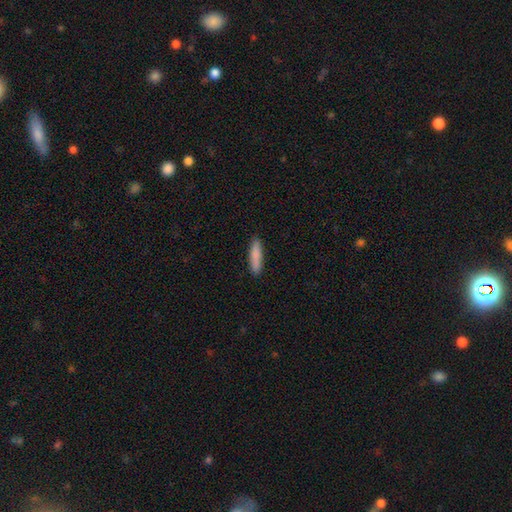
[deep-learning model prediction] Smooth or featured? Predicted: smooth (p=0.85). How rounded? Predicted: cigar-shaped (p=0.83). Merging? Predicted: none (p=0.89).